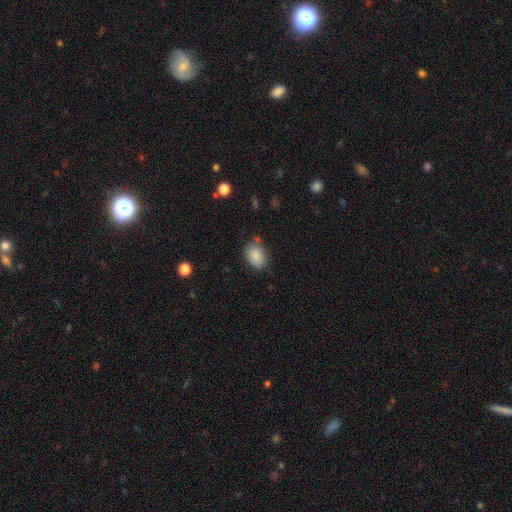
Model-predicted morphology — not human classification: smooth-or-featured: smooth: 87% | star or artifact: 8% | featured or disk: 6%
  how-rounded: in between: 72% | round: 27% | cigar-shaped: 1%
  merging: none: 73% | minor disturbance: 19% | major disturbance: 4% | merger: 4%